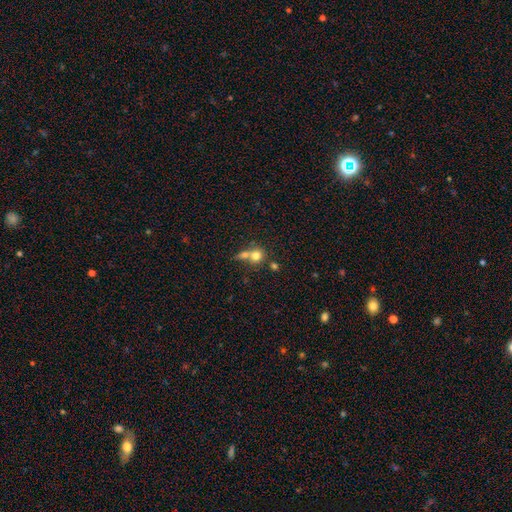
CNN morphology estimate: type=smooth (74%); roundness=round (83%); merging=merger (51%).